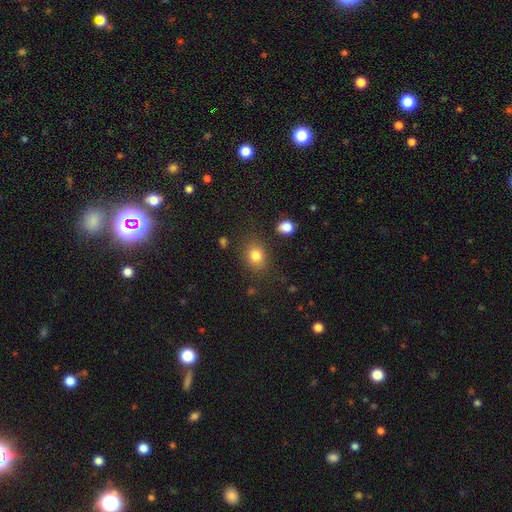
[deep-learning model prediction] Overall: smooth (81%). How rounded: round (56%; in between 43%). Merging: none (81%).